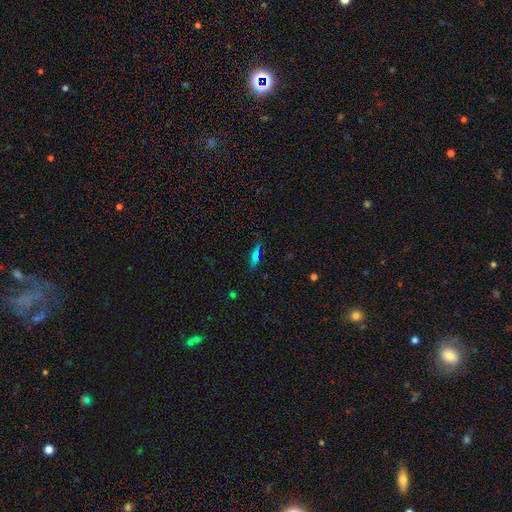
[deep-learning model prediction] Q: Smooth or featured?
A: smooth (62%); runner-up: featured or disk (25%)
Q: How rounded?
A: cigar-shaped (79%); runner-up: in between (18%)
Q: Merging?
A: none (82%); runner-up: minor disturbance (13%)